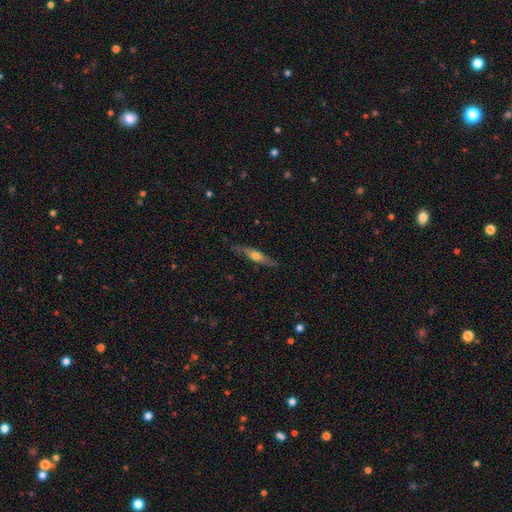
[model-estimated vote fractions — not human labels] smooth-or-featured: featured or disk: 56% | smooth: 38% | star or artifact: 6%
  disk-edge-on: yes: 89% | no: 11%
    edge-on-bulge: rounded: 89% | none: 6% | boxy: 5%
  merging: none: 81% | minor disturbance: 15% | major disturbance: 3% | merger: 1%